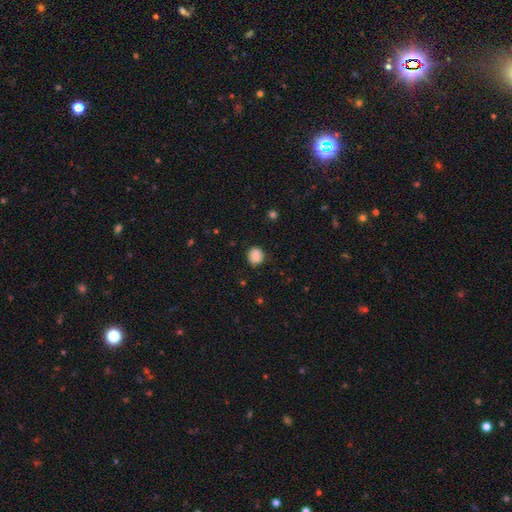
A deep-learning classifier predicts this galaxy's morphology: type=smooth (86%); roundness=round (82%); merging=none (82%).